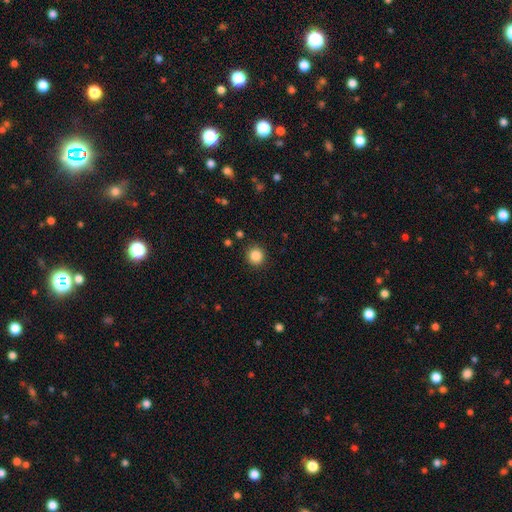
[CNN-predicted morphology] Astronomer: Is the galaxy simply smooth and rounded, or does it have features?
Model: smooth — 86%.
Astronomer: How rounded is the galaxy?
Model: round — 93%.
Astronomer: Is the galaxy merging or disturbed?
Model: none — 90%.